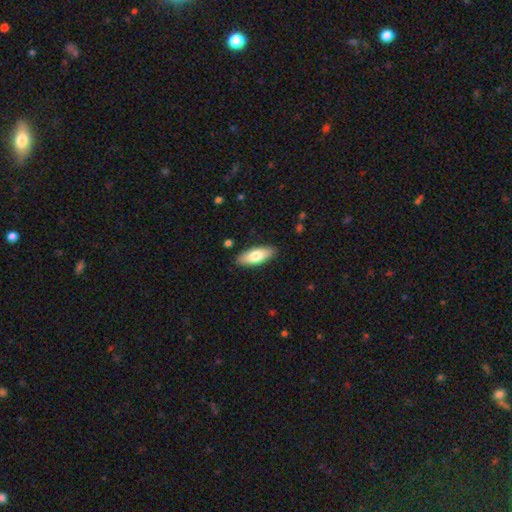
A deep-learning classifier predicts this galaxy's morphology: Smooth or featured? smooth (76%)
How rounded? in between (74%)
Merging? none (88%)